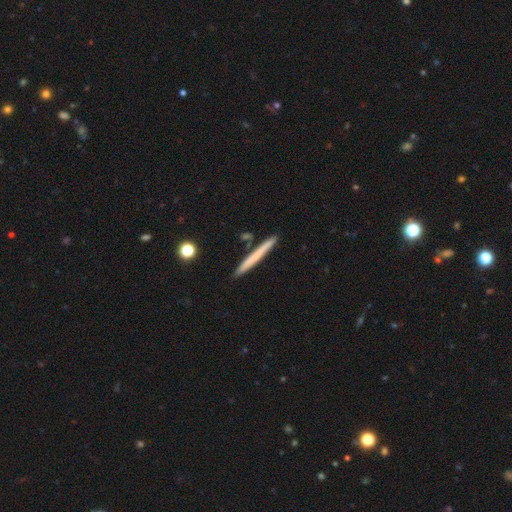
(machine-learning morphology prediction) The model was most divided on "smooth or featured": smooth: 61%, featured or disk: 33%, star or artifact: 6%. More confident: how rounded — cigar-shaped (97%); merging — none (88%).